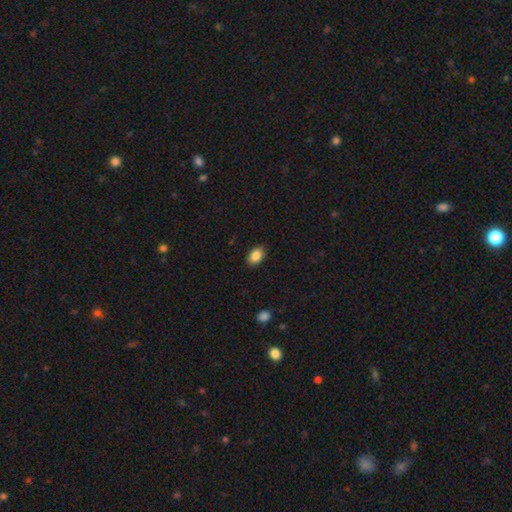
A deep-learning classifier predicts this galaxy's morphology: Smooth or featured? Predicted: smooth (p=0.87). How rounded? Predicted: in between (p=0.85). Merging? Predicted: none (p=0.88).